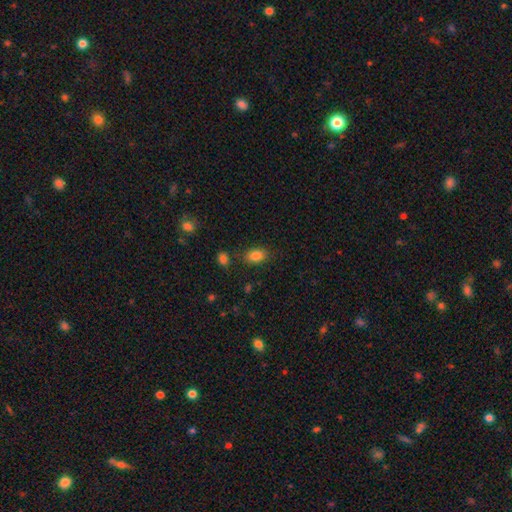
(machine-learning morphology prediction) Smooth or featured?
  - smooth: 84% *
  - star or artifact: 10%
  - featured or disk: 7%
How rounded?
  - in between: 84% *
  - round: 14%
  - cigar-shaped: 2%
Merging?
  - none: 80% *
  - minor disturbance: 12%
  - merger: 4%
  - major disturbance: 3%